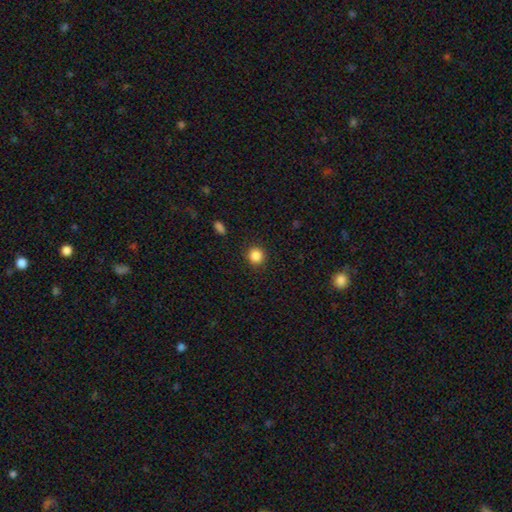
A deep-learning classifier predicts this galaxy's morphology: smooth_or_featured: smooth (p=0.86) [alt: star or artifact p=0.10]
how_rounded: round (p=0.92) [alt: in between p=0.07]
merging: none (p=0.91) [alt: minor disturbance p=0.06]